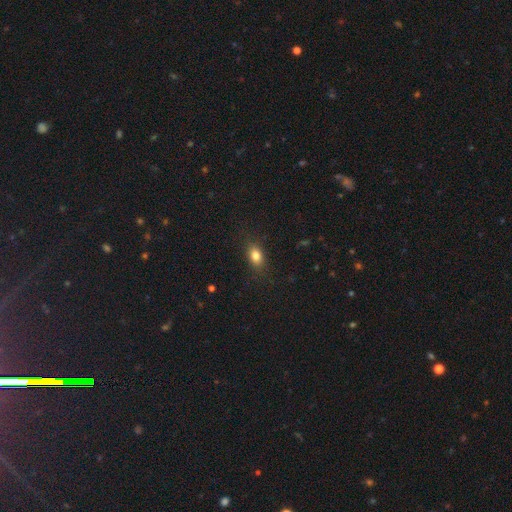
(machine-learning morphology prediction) Smooth or featured: smooth — 82% (star or artifact — 10%)
How rounded: in between — 76% (round — 21%)
Merging: none — 83% (minor disturbance — 12%)